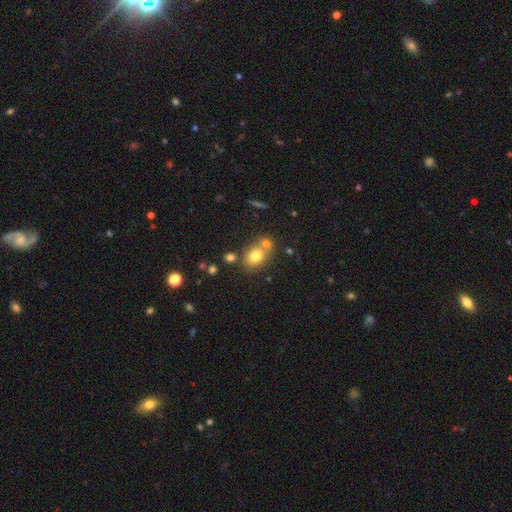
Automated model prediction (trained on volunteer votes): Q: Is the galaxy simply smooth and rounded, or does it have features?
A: smooth — 75%.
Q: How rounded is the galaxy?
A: in between — 61%.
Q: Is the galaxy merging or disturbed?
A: none — 53%.